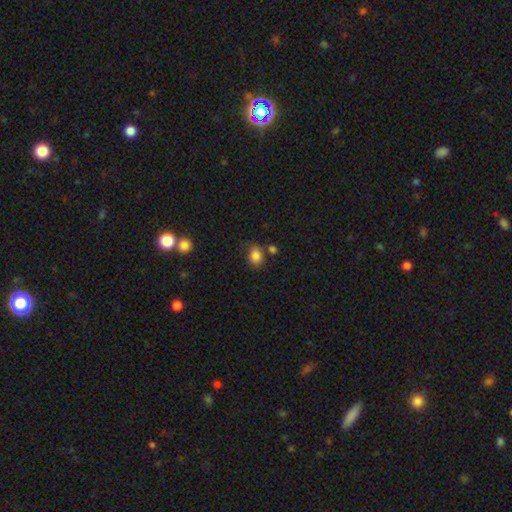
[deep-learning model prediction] smooth_or_featured: smooth (p=0.84) [alt: star or artifact p=0.10]
how_rounded: in between (p=0.53) [alt: round p=0.47]
merging: none (p=0.68) [alt: minor disturbance p=0.17]